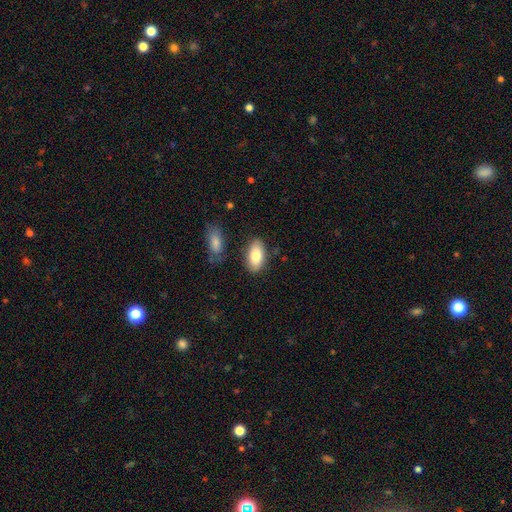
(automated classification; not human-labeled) smooth 82%, featured or disk 12%, star or artifact 6%. Down the decision tree: how rounded — in between (93%); merging — none (81%).